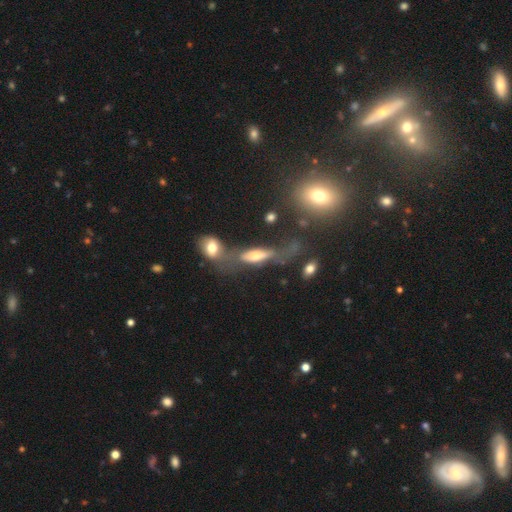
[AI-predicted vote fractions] Smooth or featured?
  - featured or disk: 48% *
  - smooth: 38%
  - star or artifact: 14%
Merging?
  - merger: 34% *
  - none: 31%
  - major disturbance: 19%
  - minor disturbance: 17%